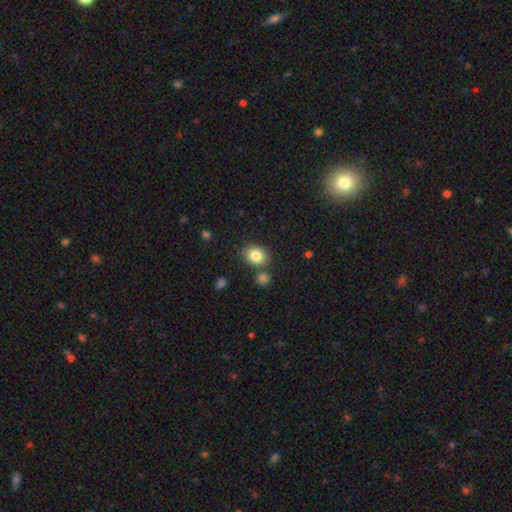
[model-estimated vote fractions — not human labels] The model was most divided on "how rounded": round: 57%, in between: 42%, cigar-shaped: 1%. More confident: smooth or featured — smooth (83%); merging — none (73%).